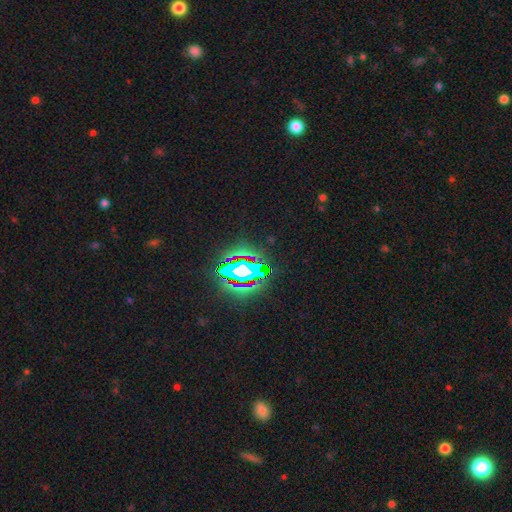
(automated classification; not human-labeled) This appears to be a star or artifact, not a galaxy (73%).